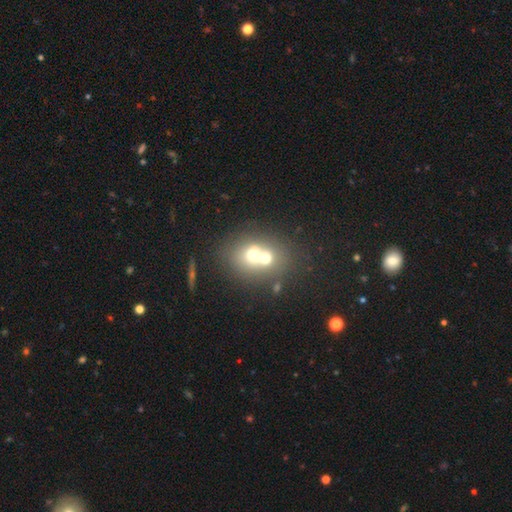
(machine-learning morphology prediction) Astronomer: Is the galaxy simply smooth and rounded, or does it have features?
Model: smooth — 60%.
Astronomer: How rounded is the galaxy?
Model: round — 62%.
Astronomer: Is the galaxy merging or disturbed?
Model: merger — 67%.